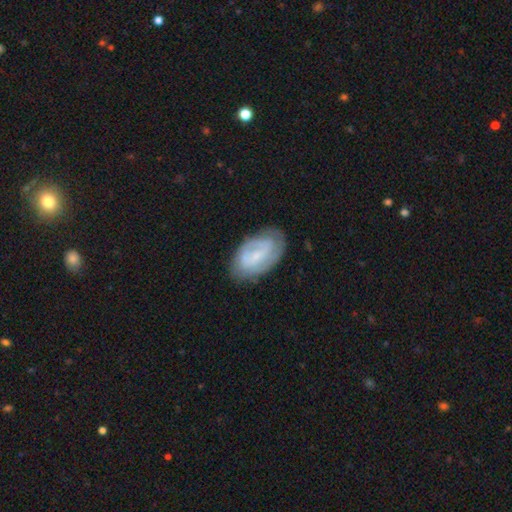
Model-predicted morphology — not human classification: Q: Smooth or featured?
A: featured or disk (62%); runner-up: smooth (31%)
Q: Edge-on disk?
A: no (96%); runner-up: yes (4%)
Q: Bar?
A: weak (48%); runner-up: no (36%)
Q: Spiral arms?
A: yes (81%); runner-up: no (19%)
Q: Bulge size?
A: small (60%); runner-up: moderate (21%)
Q: Merging?
A: none (71%); runner-up: minor disturbance (21%)